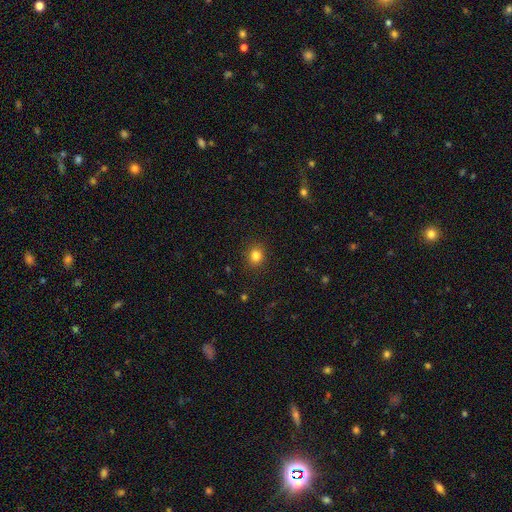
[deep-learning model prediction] Smooth or featured?
  - smooth: 83% *
  - star or artifact: 12%
  - featured or disk: 5%
How rounded?
  - round: 74% *
  - in between: 25%
  - cigar-shaped: 1%
Merging?
  - none: 90% *
  - minor disturbance: 7%
  - major disturbance: 2%
  - merger: 1%